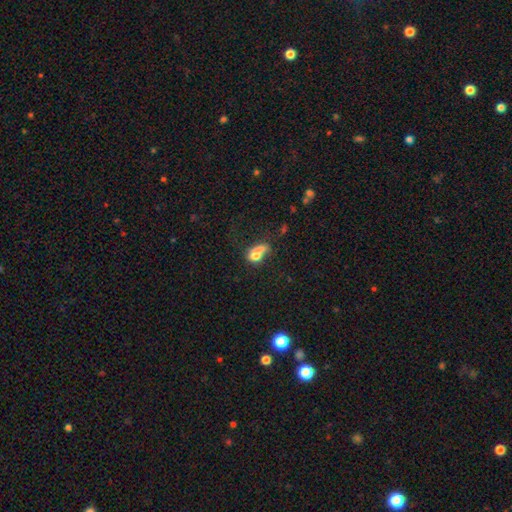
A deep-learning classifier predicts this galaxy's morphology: Smooth or featured: smooth — 65% (featured or disk — 23%)
How rounded: in between — 67% (round — 28%)
Merging: merger — 41% (major disturbance — 25%)